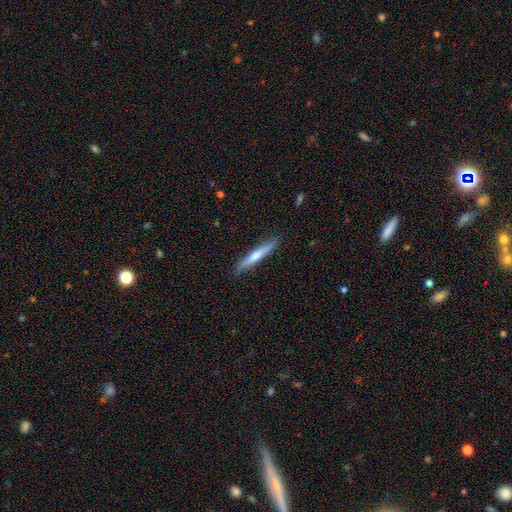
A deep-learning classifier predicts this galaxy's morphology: Q: Smooth or featured?
A: smooth (49%); runner-up: featured or disk (45%)
Q: Merging?
A: none (89%); runner-up: minor disturbance (9%)